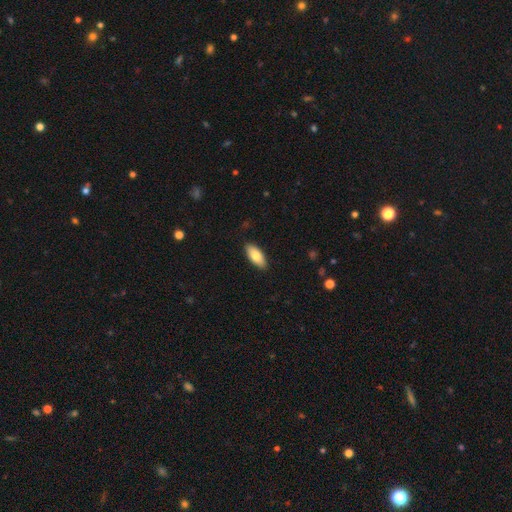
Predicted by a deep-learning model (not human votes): Smooth or featured? Predicted: smooth (p=0.81). How rounded? Predicted: in between (p=0.86). Merging? Predicted: none (p=0.89).